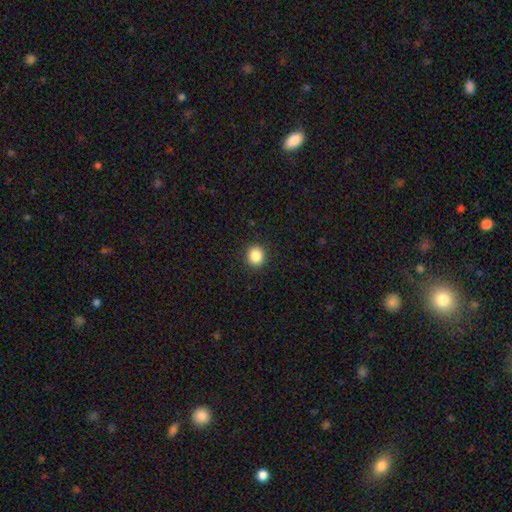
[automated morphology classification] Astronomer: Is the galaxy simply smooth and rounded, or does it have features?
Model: smooth — 87%.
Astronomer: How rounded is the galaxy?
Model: round — 81%.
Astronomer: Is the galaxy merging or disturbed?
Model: none — 91%.